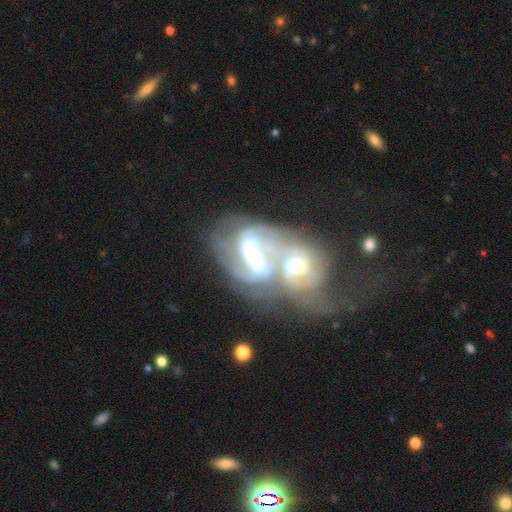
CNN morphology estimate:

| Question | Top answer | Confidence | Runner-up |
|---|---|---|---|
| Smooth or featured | featured or disk | 87% | smooth (7%) |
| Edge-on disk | no | 97% | yes (3%) |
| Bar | weak | 39% | strong (38%) |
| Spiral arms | yes | 96% | no (4%) |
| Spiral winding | medium | 49% | tight (28%) |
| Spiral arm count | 2 | 73% | can't tell (12%) |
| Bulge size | moderate | 53% | small (39%) |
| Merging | merger | 79% | none (10%) |